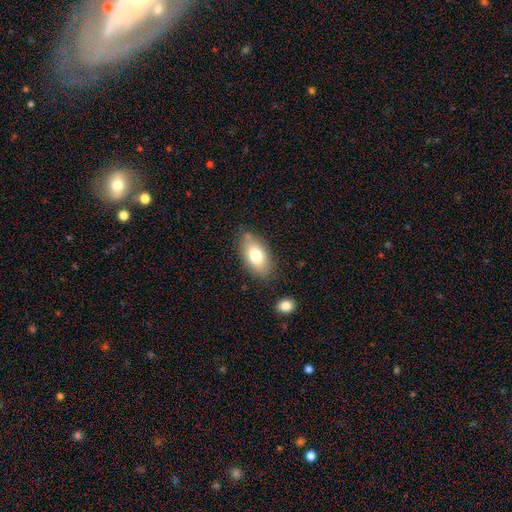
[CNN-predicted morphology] Q: Smooth or featured?
A: smooth (76%); runner-up: featured or disk (16%)
Q: How rounded?
A: in between (91%); runner-up: round (5%)
Q: Merging?
A: none (77%); runner-up: minor disturbance (16%)